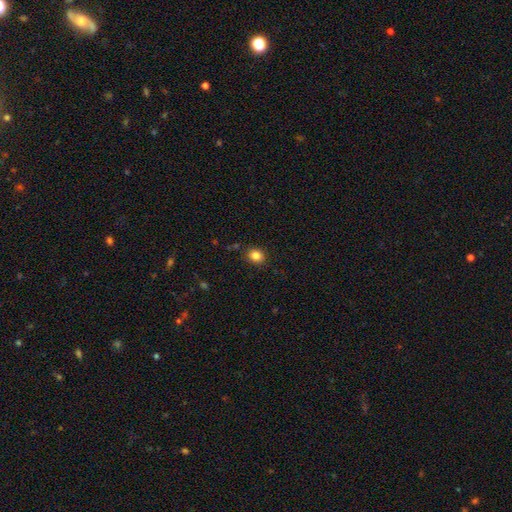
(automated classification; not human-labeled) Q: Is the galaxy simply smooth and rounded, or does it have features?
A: smooth — 85%.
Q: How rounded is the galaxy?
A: round — 52%.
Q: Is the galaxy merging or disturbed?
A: none — 87%.